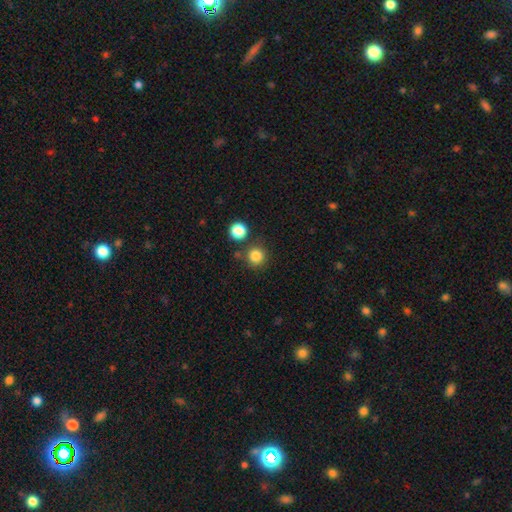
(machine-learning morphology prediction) smooth-or-featured: smooth: 83% | star or artifact: 13% | featured or disk: 5%
  how-rounded: round: 94% | in between: 5% | cigar-shaped: 1%
  merging: none: 79% | merger: 9% | minor disturbance: 8% | major disturbance: 3%